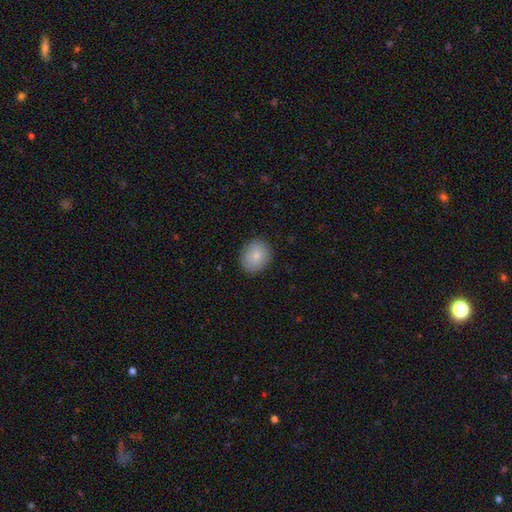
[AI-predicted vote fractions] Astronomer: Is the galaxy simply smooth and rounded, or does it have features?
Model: smooth — 82%.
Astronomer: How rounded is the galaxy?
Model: round — 66%.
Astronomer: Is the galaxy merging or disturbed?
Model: none — 89%.